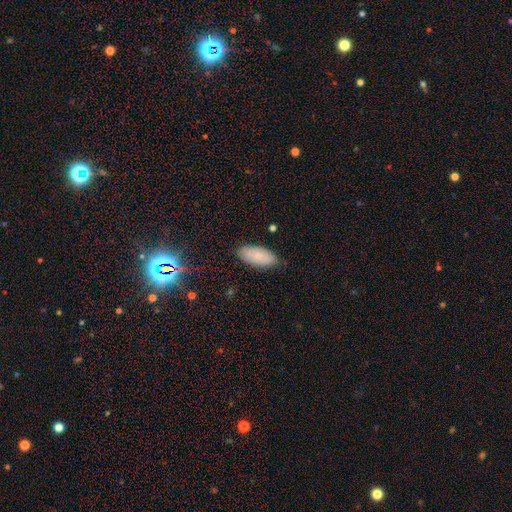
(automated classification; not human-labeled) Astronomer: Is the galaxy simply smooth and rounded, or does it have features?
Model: smooth — 81%.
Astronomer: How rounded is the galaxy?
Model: in between — 89%.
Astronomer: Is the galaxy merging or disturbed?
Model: none — 83%.